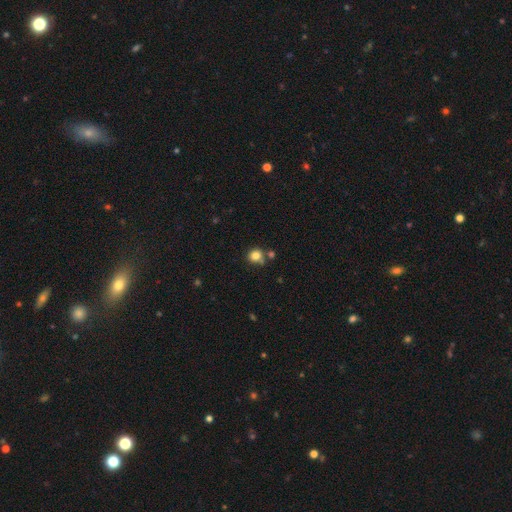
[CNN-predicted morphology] smooth 82%, star or artifact 12%, featured or disk 7%. Down the decision tree: how rounded — round (86%); merging — none (68%).